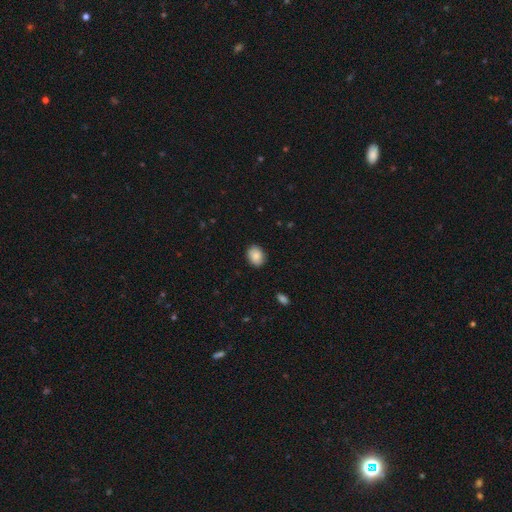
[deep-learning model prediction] Q: Smooth or featured?
A: smooth (86%); runner-up: star or artifact (8%)
Q: How rounded?
A: in between (55%); runner-up: round (44%)
Q: Merging?
A: none (87%); runner-up: minor disturbance (10%)